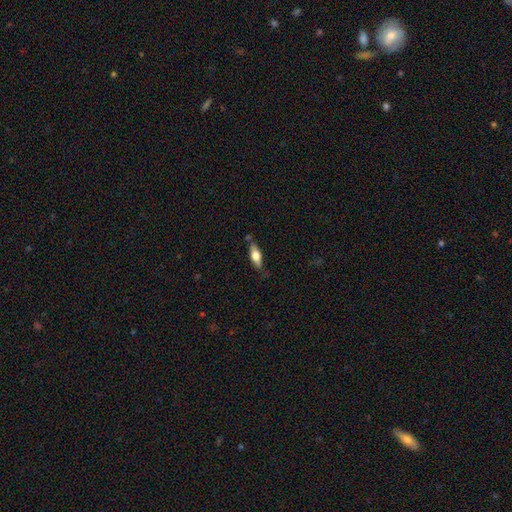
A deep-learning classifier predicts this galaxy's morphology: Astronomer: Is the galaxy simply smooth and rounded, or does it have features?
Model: smooth — 55% (runner-up: featured or disk, 38%).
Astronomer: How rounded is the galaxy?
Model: in between — 61%.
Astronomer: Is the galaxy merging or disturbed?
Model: none — 70%.